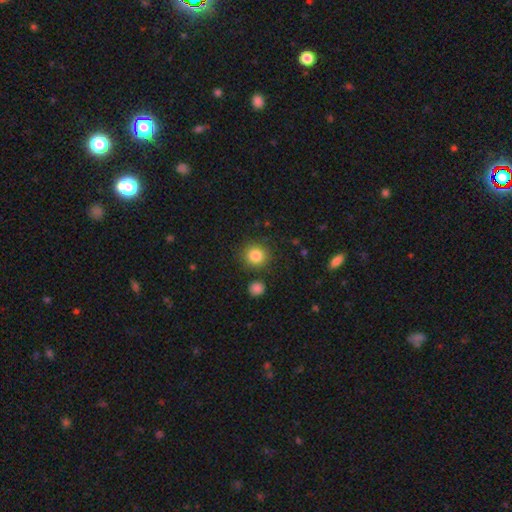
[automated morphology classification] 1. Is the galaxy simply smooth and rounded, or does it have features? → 84% smooth, 10% star or artifact, 5% featured or disk.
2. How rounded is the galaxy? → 89% round, 10% in between, 1% cigar-shaped.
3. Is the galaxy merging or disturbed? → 86% none, 8% minor disturbance, 4% merger, 3% major disturbance.